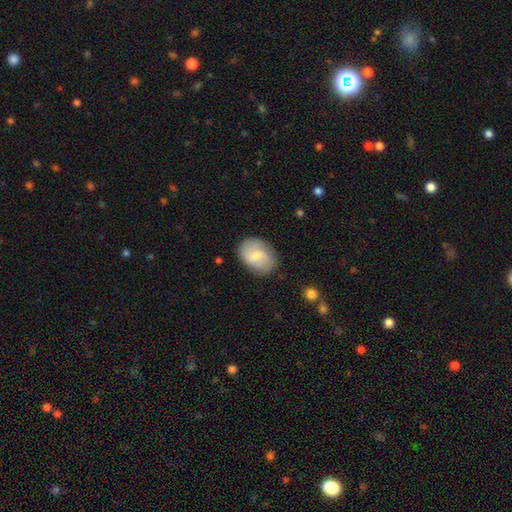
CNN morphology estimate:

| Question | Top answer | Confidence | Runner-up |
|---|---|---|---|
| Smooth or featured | smooth | 53% | featured or disk (41%) |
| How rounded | in between | 70% | round (29%) |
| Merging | none | 78% | minor disturbance (16%) |